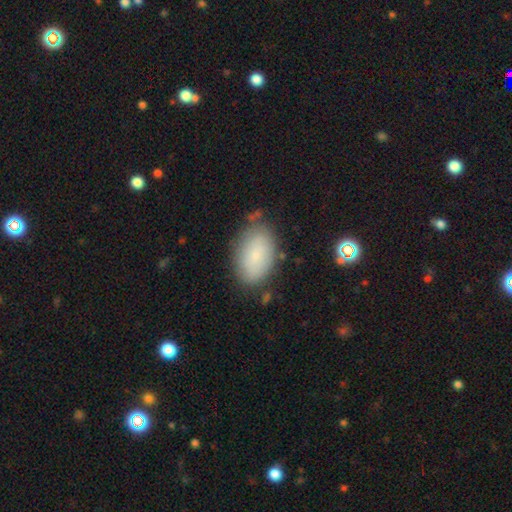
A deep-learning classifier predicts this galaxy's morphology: The model was most divided on "merging": none: 73%, minor disturbance: 19%, major disturbance: 5%, merger: 3%. More confident: how rounded — in between (92%); smooth or featured — smooth (80%).